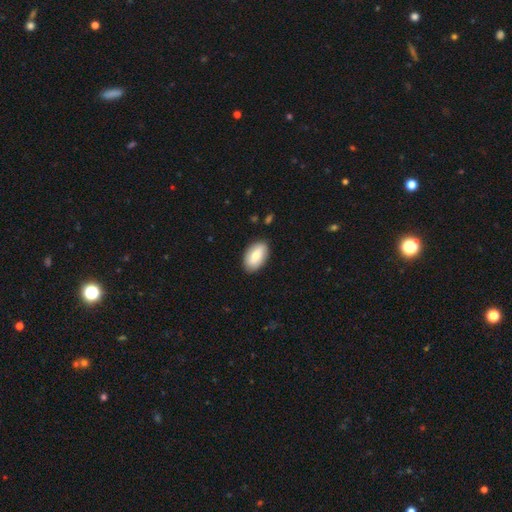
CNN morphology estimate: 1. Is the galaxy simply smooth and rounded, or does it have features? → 72% smooth, 21% featured or disk, 6% star or artifact.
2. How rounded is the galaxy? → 93% in between, 5% round, 2% cigar-shaped.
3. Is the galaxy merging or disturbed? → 86% none, 11% minor disturbance, 2% major disturbance, 1% merger.